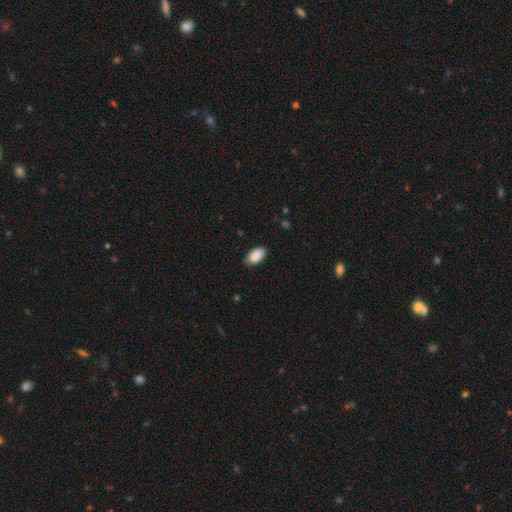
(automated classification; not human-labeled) smooth_or_featured: smooth (p=0.89) [alt: star or artifact p=0.06]
how_rounded: in between (p=0.95) [alt: round p=0.04]
merging: none (p=0.81) [alt: minor disturbance p=0.16]